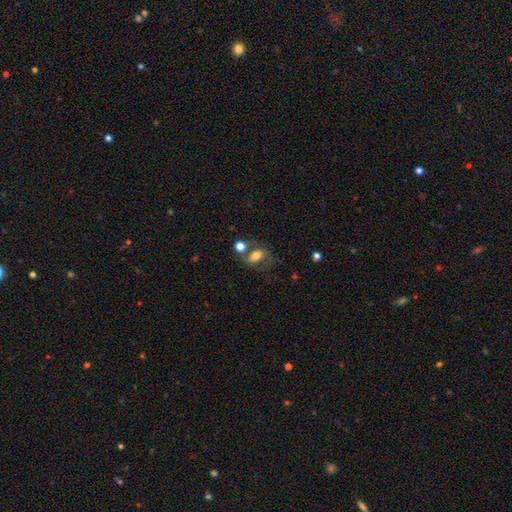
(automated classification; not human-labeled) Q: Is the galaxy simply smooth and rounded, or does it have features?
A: smooth — 61%.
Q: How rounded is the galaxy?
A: in between — 78%.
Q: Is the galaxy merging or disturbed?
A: none — 42%.